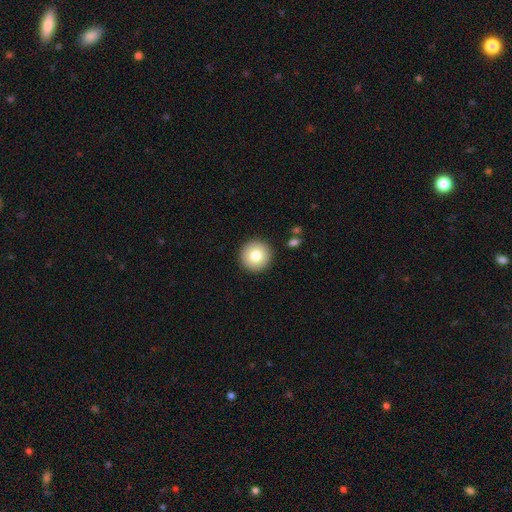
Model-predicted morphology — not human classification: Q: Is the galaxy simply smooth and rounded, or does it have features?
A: smooth — 78%.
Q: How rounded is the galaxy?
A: round — 96%.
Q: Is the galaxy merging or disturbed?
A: none — 91%.